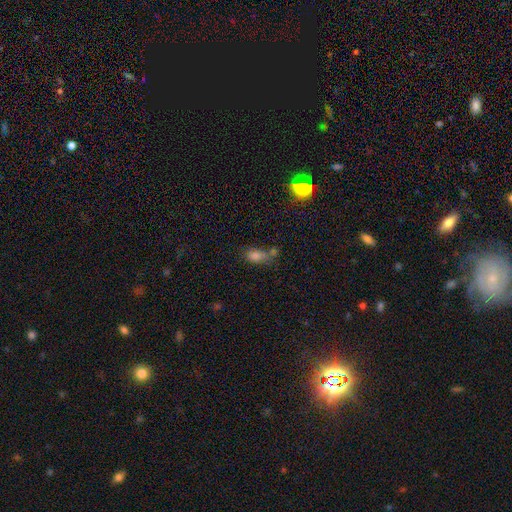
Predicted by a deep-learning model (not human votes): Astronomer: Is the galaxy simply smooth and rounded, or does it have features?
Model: smooth — 78%.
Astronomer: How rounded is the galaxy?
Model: in between — 84%.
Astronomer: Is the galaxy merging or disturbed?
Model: merger — 42% (runner-up: none, 32%).